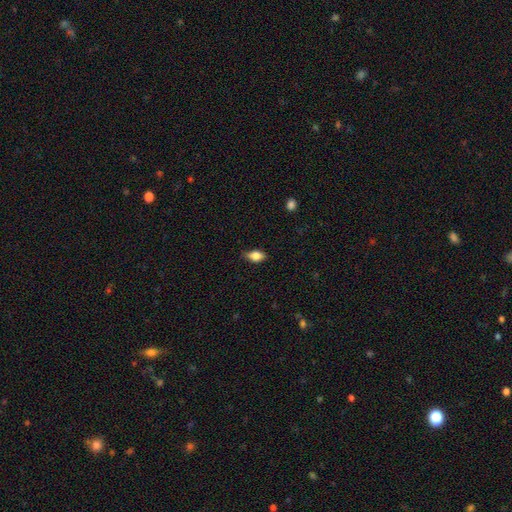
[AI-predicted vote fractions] Smooth or featured? Predicted: smooth (p=0.75). How rounded? Predicted: in between (p=0.83). Merging? Predicted: none (p=0.76).